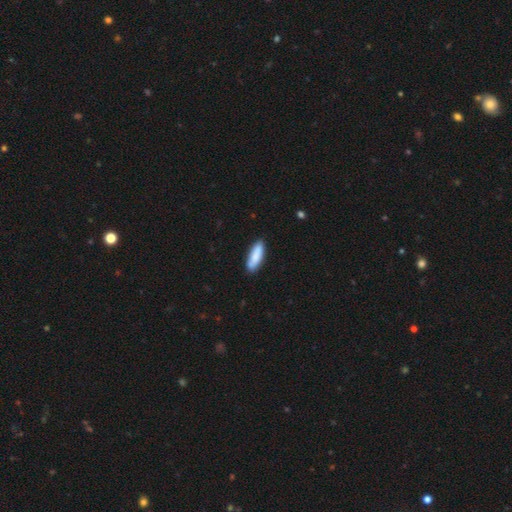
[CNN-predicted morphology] This appears to be a smooth galaxy with no disk features (85%) that is in between round and cigar-shaped (51%). Merging: none (82%).